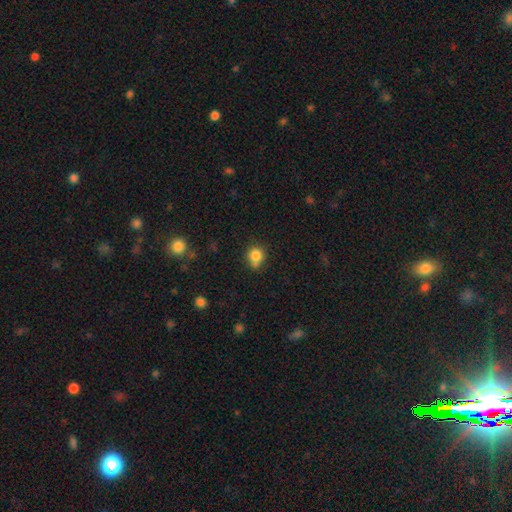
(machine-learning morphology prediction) Smooth or featured? smooth (82%)
How rounded? round (79%)
Merging? none (58%)